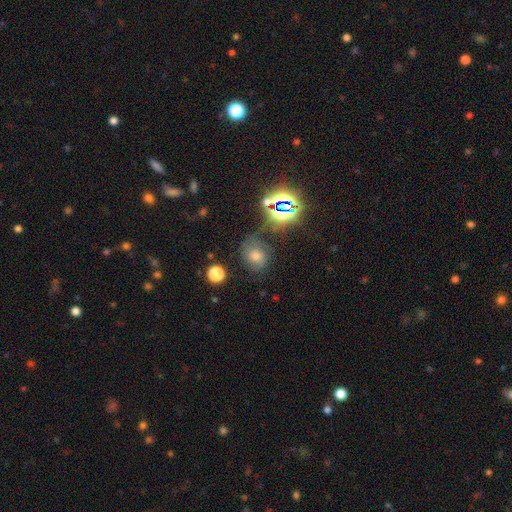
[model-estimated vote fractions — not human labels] The model was most divided on "smooth or featured": smooth: 43%, star or artifact: 34%, featured or disk: 23%. More confident: merging — none (67%).